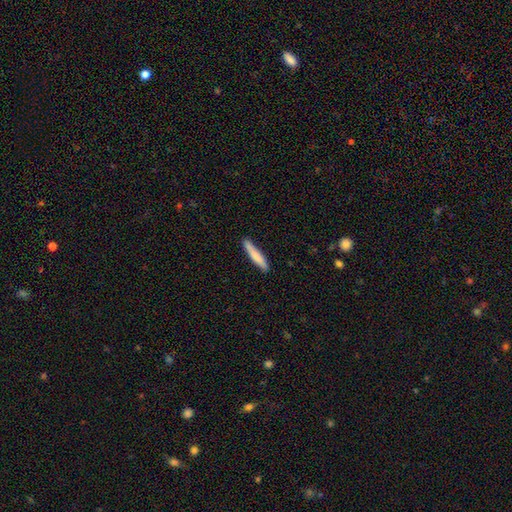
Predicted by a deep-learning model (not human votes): Smooth or featured? Predicted: smooth (p=0.76). How rounded? Predicted: cigar-shaped (p=0.93). Merging? Predicted: none (p=0.86).